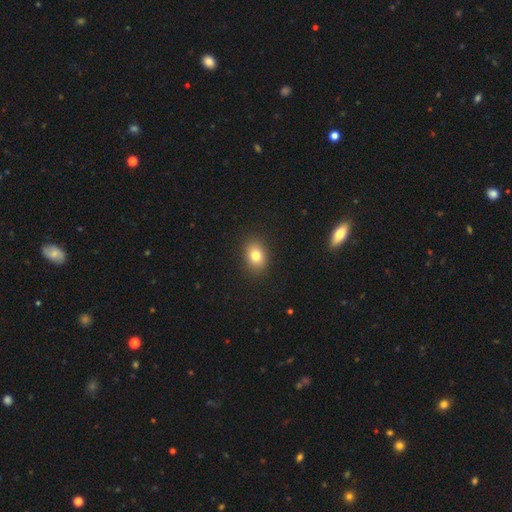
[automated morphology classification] Overall: smooth (80%). How rounded: in between (63%; round 36%). Merging: none (89%).